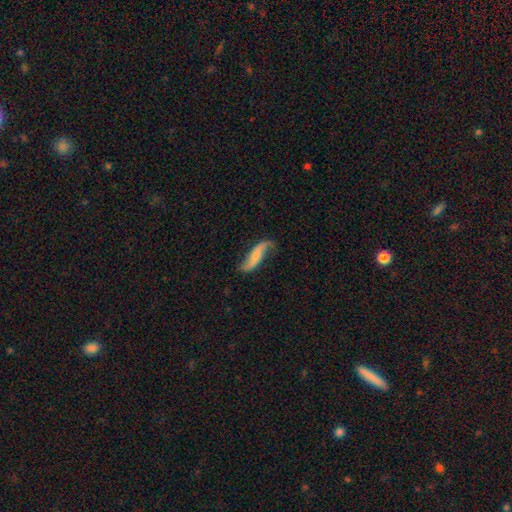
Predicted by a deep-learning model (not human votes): smooth_or_featured: featured or disk (p=0.72) [alt: smooth p=0.22]
disk_edge_on: no (p=0.87) [alt: yes p=0.13]
bar: no (p=0.55) [alt: weak p=0.27]
has_spiral_arms: yes (p=0.92) [alt: no p=0.08]
spiral_winding: loose (p=0.89) [alt: medium p=0.08]
spiral_arm_count: 2 (p=0.88) [alt: 1 p=0.06]
bulge_size: small (p=0.58) [alt: moderate p=0.21]
merging: none (p=0.66) [alt: minor disturbance p=0.22]